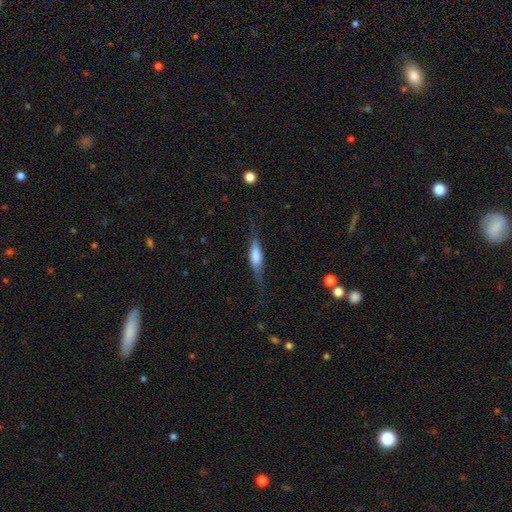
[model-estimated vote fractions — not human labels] smooth-or-featured: featured or disk: 58% | smooth: 35% | star or artifact: 7%
  disk-edge-on: yes: 93% | no: 7%
    edge-on-bulge: rounded: 55% | boxy: 37% | none: 7%
  merging: none: 75% | minor disturbance: 17% | major disturbance: 7% | merger: 2%